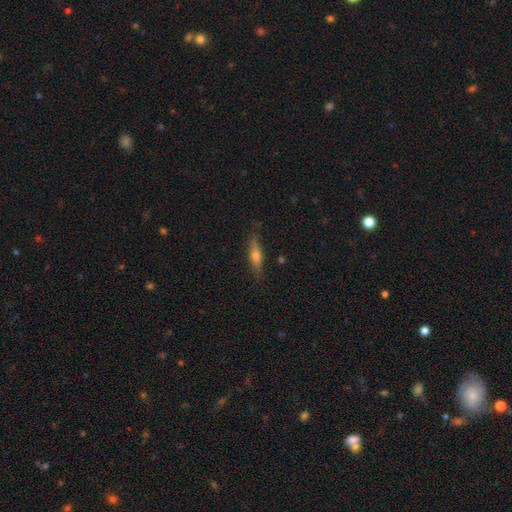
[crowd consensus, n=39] Smooth or featured?
  - featured or disk: 59% *
  - smooth: 38%
  - star or artifact: 3%
Edge-on disk?
  - yes: 100% *
  - no: 0%
Edge-on bulge?
  - rounded: 96% *
  - none: 4%
  - boxy: 0%
Merging?
  - none: 82% *
  - minor disturbance: 16%
  - major disturbance: 3%
  - merger: 0%